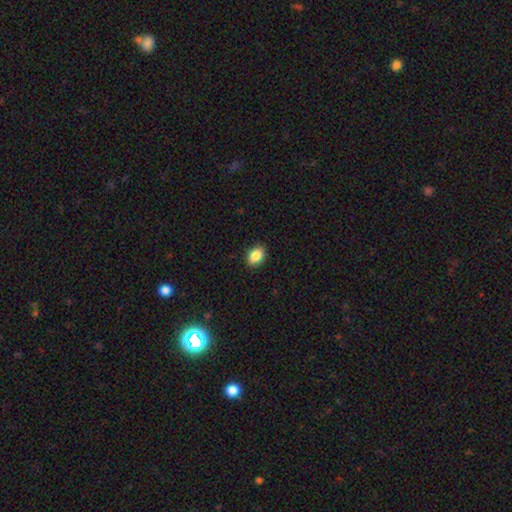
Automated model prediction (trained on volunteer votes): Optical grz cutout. It shows a smooth galaxy with no disk features (87%) that is in between round and cigar-shaped (75%). Merging: none (89%).